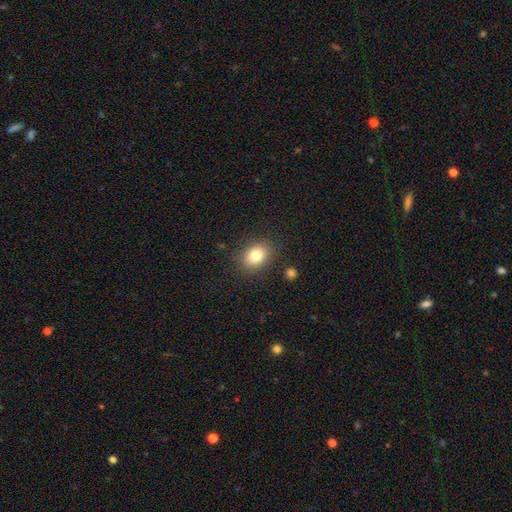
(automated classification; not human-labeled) smooth_or_featured: smooth (p=0.80) [alt: star or artifact p=0.11]
how_rounded: in between (p=0.60) [alt: round p=0.39]
merging: none (p=0.86) [alt: minor disturbance p=0.09]